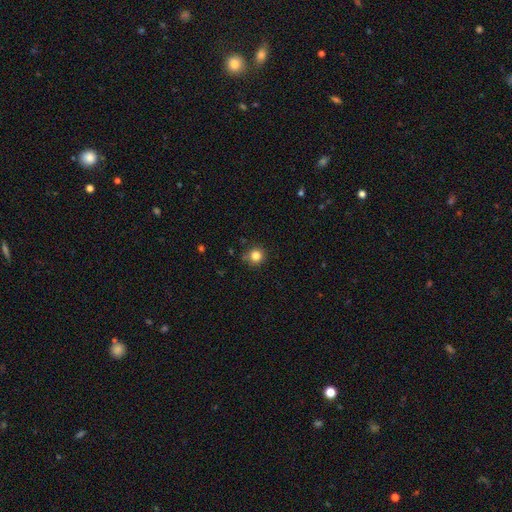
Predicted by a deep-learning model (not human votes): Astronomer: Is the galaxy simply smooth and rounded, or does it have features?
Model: smooth — 83%.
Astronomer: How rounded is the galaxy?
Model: round — 93%.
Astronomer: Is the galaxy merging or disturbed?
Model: none — 84%.